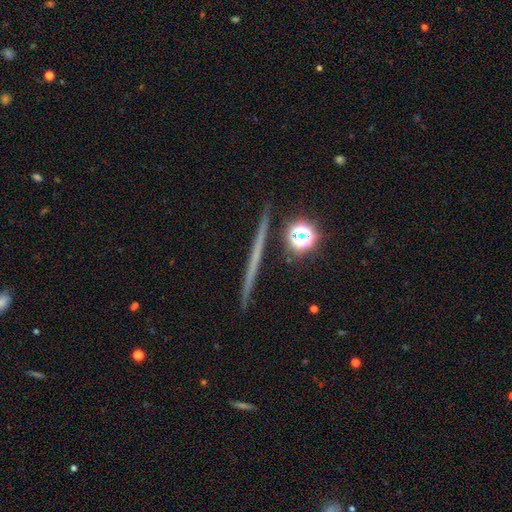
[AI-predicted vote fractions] Smooth or featured: featured or disk — 54% (smooth — 33%)
Edge-on disk: yes — 97% (no — 3%)
Edge-on bulge: none — 89% (rounded — 7%)
Merging: none — 90% (minor disturbance — 6%)